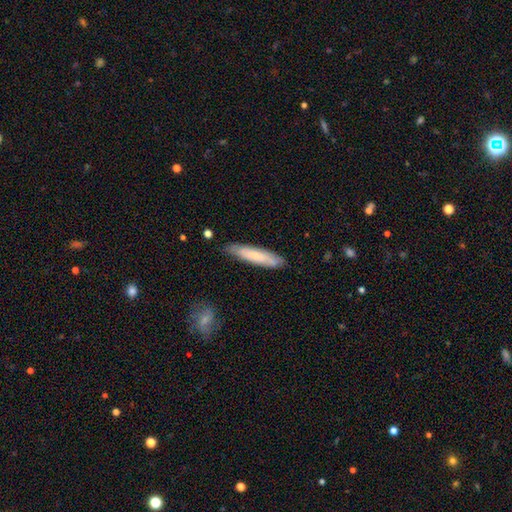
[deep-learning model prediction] Overall: smooth (62%; featured or disk 32%). How rounded: cigar-shaped (85%). Merging: none (82%).